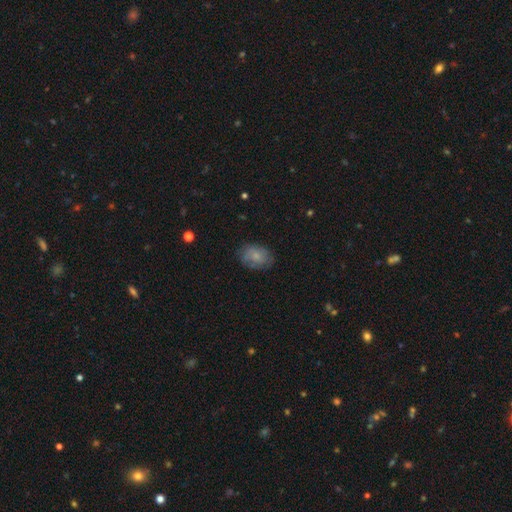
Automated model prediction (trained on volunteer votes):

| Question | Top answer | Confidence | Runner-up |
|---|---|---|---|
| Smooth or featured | smooth | 70% | featured or disk (22%) |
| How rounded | in between | 69% | round (30%) |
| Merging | none | 73% | minor disturbance (20%) |